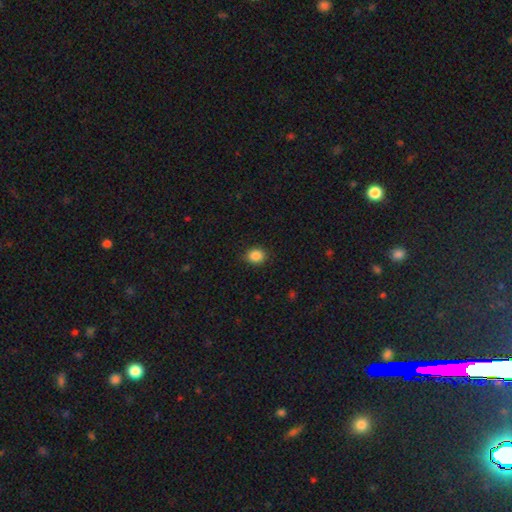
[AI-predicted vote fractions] This is clearly a smooth galaxy (87%). How rounded: possibly round (60%). Merging: clearly none (87%).